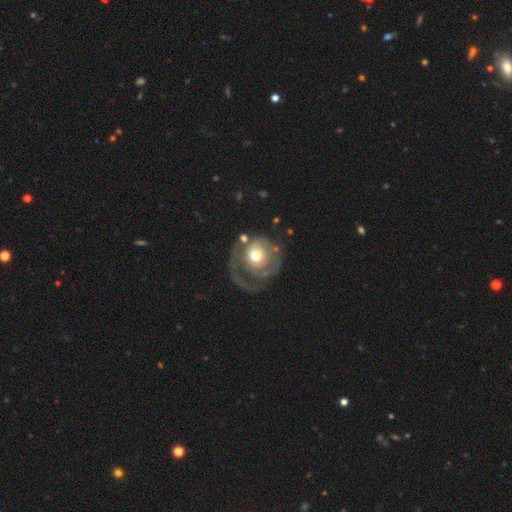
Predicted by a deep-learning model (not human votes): This appears to be a featured or disk galaxy (54%) with no bar (84%), spiral arms (52%) and a moderate central bulge (59%). Merging: major disturbance (37%, tied with none).